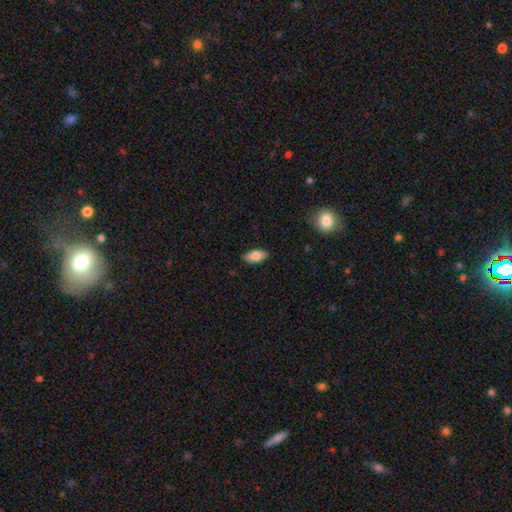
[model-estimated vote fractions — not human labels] This is clearly a smooth galaxy (81%). How rounded: clearly in between (88%). Merging: clearly none (87%).